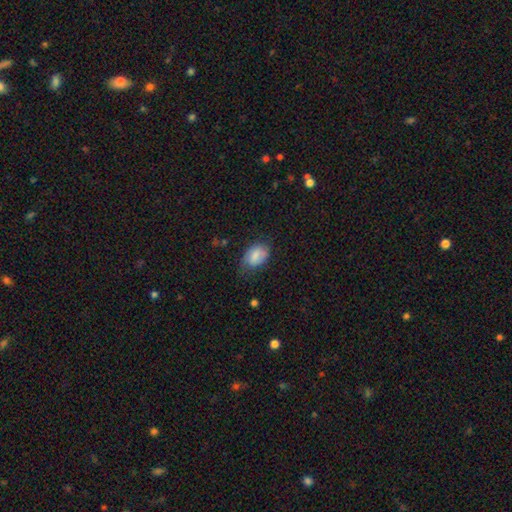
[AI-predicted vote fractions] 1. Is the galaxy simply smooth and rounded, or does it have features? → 77% smooth, 16% featured or disk, 8% star or artifact.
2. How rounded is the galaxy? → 84% in between, 14% round, 1% cigar-shaped.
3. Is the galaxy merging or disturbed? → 59% none, 30% minor disturbance, 9% major disturbance, 2% merger.